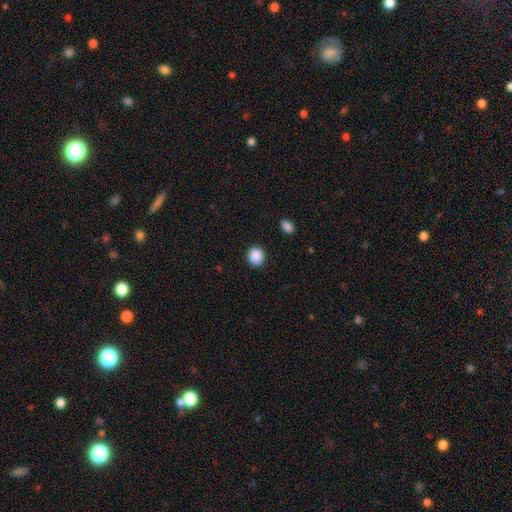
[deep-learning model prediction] Q: Smooth or featured?
A: smooth (89%); runner-up: star or artifact (8%)
Q: How rounded?
A: round (85%); runner-up: in between (15%)
Q: Merging?
A: none (90%); runner-up: minor disturbance (6%)